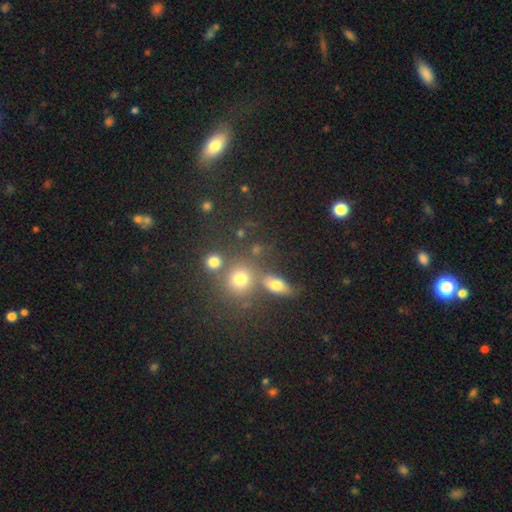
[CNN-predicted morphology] Smooth or featured?
  - smooth: 51% *
  - star or artifact: 34%
  - featured or disk: 15%
How rounded?
  - round: 76% *
  - in between: 21%
  - cigar-shaped: 3%
Merging?
  - none: 54% *
  - merger: 32%
  - minor disturbance: 9%
  - major disturbance: 5%